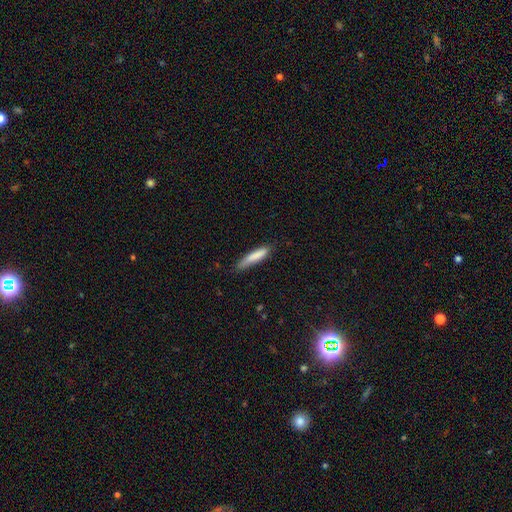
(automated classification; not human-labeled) smooth-or-featured: smooth: 82% | featured or disk: 12% | star or artifact: 6%
  how-rounded: cigar-shaped: 86% | in between: 13% | round: 1%
  merging: none: 72% | minor disturbance: 22% | major disturbance: 4% | merger: 2%